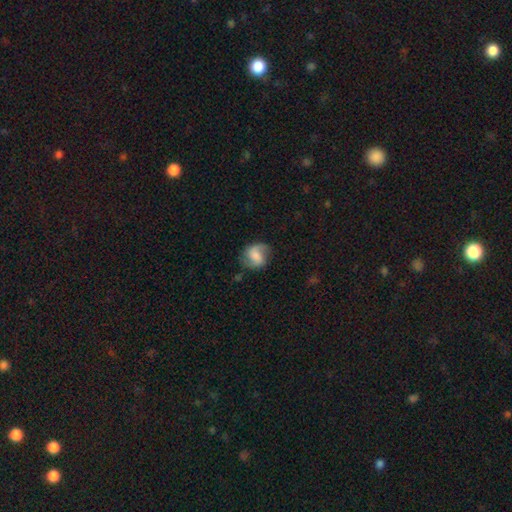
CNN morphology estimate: Smooth or featured? featured or disk (55%)
Edge-on disk? no (97%)
Bar? weak (45%)
Spiral arms? yes (89%)
Bulge size? none (27%)
Merging? none (69%)